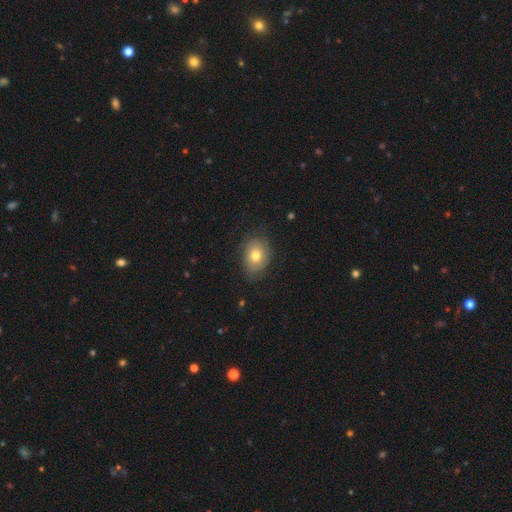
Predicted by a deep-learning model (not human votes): A smooth galaxy with no disk features (74%) that is in between round and cigar-shaped (62%).

Vote fractions:
- Smooth or featured? smooth: 74% / featured or disk: 17% / star or artifact: 9%
- How rounded? in between: 62% / round: 37% / cigar-shaped: 1%
- Merging? none: 75% / minor disturbance: 19% / major disturbance: 5% / merger: 1%